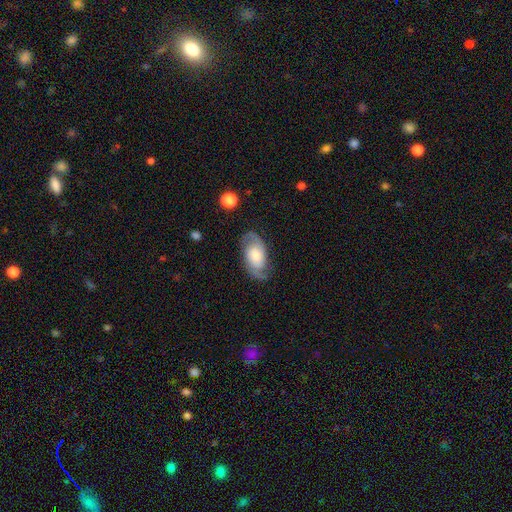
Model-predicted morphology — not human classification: Smooth or featured?
  - featured or disk: 77% *
  - smooth: 17%
  - star or artifact: 6%
Edge-on disk?
  - no: 96% *
  - yes: 4%
Bar?
  - no: 62% *
  - weak: 31%
  - strong: 7%
Spiral arms?
  - yes: 95% *
  - no: 5%
Spiral winding?
  - medium: 49% *
  - tight: 28%
  - loose: 23%
Spiral arm count?
  - 2: 91% *
  - can't tell: 4%
  - 1: 2%
  - 3: 1%
  - 4: 1%
  - more than 4: 1%
Bulge size?
  - moderate: 33% *
  - large: 31%
  - small: 20%
  - none: 10%
  - dominant: 6%
Merging?
  - none: 77% *
  - minor disturbance: 15%
  - major disturbance: 6%
  - merger: 1%